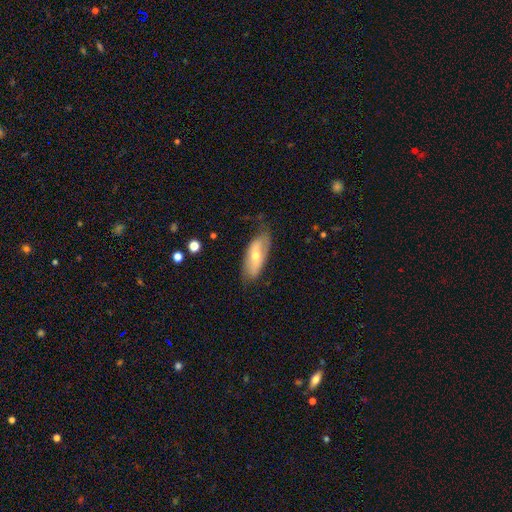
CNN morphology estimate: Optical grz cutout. It shows a featured or disk galaxy (52%). Merging: none (64%).